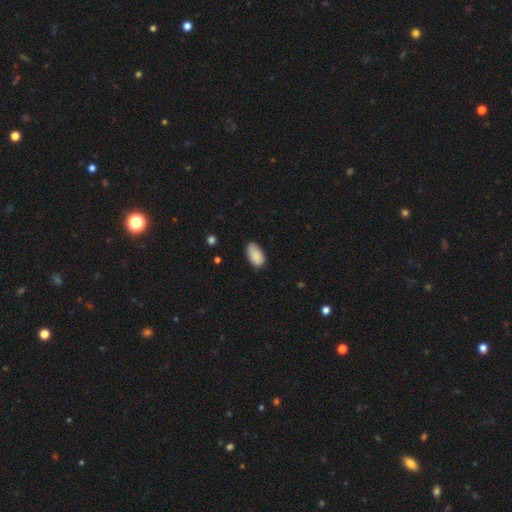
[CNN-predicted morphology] smooth-or-featured: smooth: 88% | star or artifact: 7% | featured or disk: 5%
  how-rounded: in between: 94% | round: 4% | cigar-shaped: 2%
  merging: none: 73% | minor disturbance: 22% | major disturbance: 3% | merger: 1%